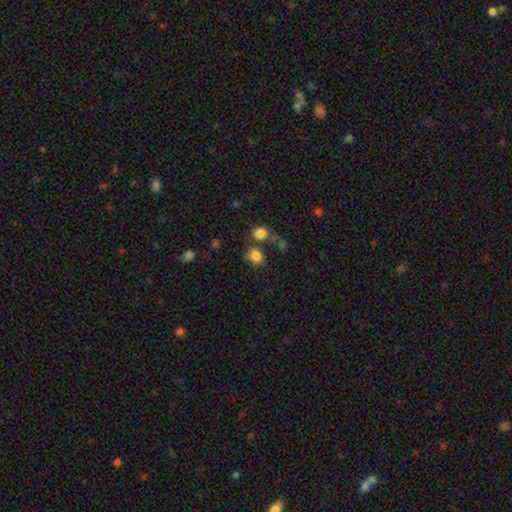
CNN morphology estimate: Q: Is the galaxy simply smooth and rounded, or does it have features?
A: smooth — 81%.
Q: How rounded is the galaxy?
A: round — 59%.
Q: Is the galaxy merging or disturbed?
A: none — 56%.